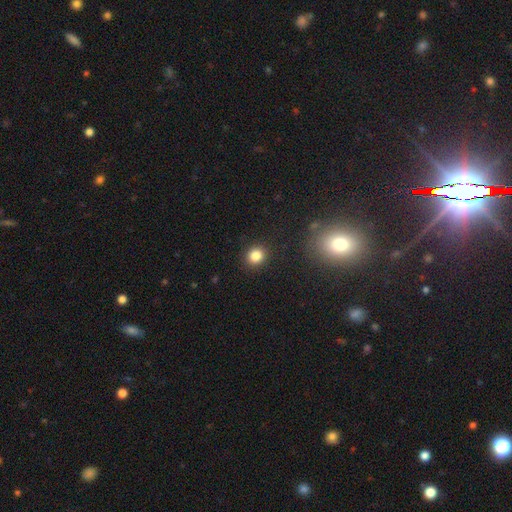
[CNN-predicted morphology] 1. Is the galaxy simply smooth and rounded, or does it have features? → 84% smooth, 11% star or artifact, 5% featured or disk.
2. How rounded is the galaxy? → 78% round, 21% in between, 1% cigar-shaped.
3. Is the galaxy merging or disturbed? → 90% none, 7% minor disturbance, 2% major disturbance, 1% merger.